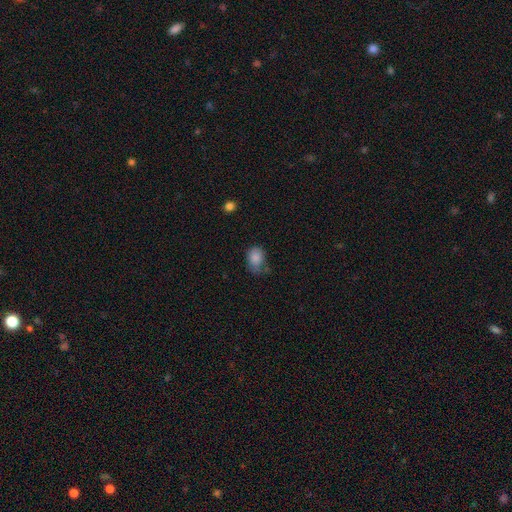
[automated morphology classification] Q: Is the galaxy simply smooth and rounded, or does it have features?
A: smooth — 82%.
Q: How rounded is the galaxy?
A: in between — 61%.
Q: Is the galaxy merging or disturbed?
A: none — 45%.